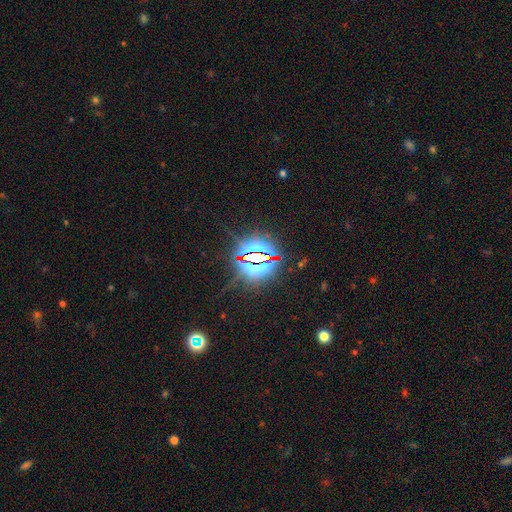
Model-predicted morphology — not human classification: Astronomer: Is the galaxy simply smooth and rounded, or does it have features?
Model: star or artifact — 81%.